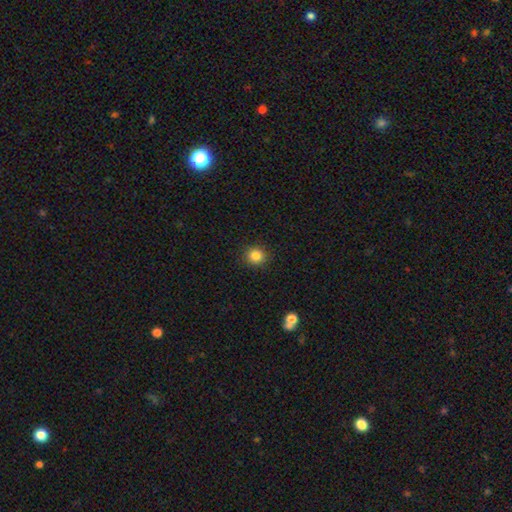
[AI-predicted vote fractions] Smooth or featured: smooth — 85% (star or artifact — 11%)
How rounded: round — 88% (in between — 12%)
Merging: none — 91% (minor disturbance — 6%)